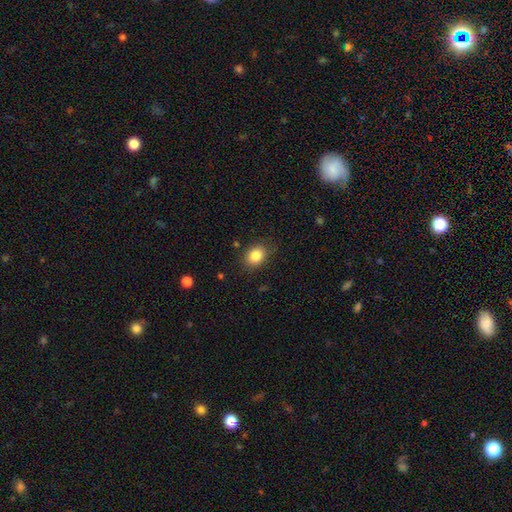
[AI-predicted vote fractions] Q: Smooth or featured?
A: smooth (85%); runner-up: star or artifact (9%)
Q: How rounded?
A: in between (63%); runner-up: round (36%)
Q: Merging?
A: none (82%); runner-up: minor disturbance (13%)